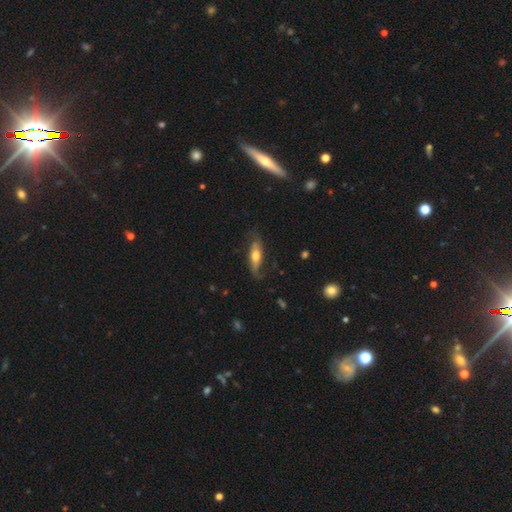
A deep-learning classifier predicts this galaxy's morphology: Smooth or featured? Predicted: featured or disk (p=0.48). Merging? Predicted: none (p=0.62).